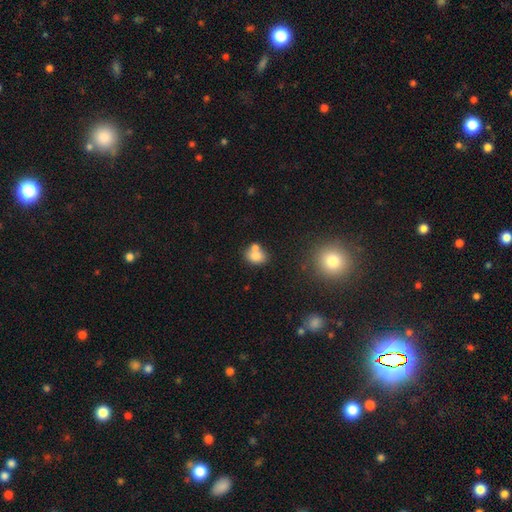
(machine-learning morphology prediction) Smooth or featured?
  - smooth: 77% *
  - featured or disk: 12%
  - star or artifact: 11%
How rounded?
  - in between: 52% *
  - round: 47%
  - cigar-shaped: 1%
Merging?
  - none: 47% *
  - merger: 37%
  - minor disturbance: 12%
  - major disturbance: 4%